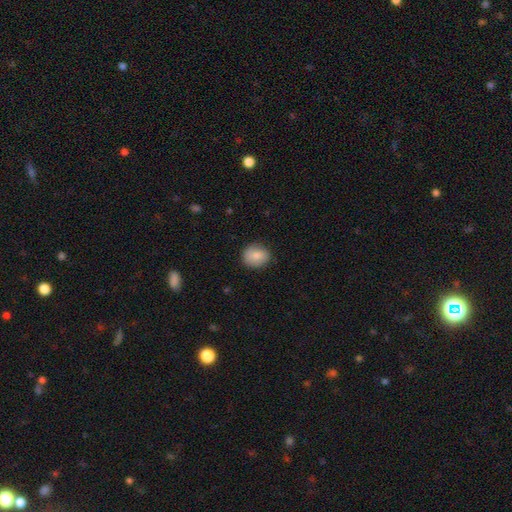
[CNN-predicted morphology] smooth 83%, featured or disk 9%, star or artifact 8%. Down the decision tree: how rounded — round (67%); merging — none (84%).